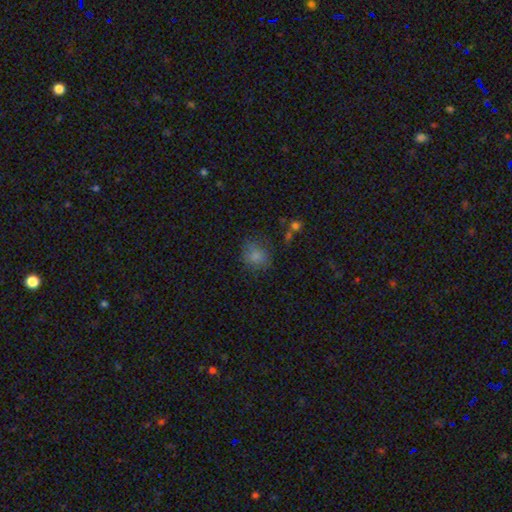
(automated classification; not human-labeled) Overall: smooth (80%). How rounded: round (68%; in between 31%). Merging: none (69%).